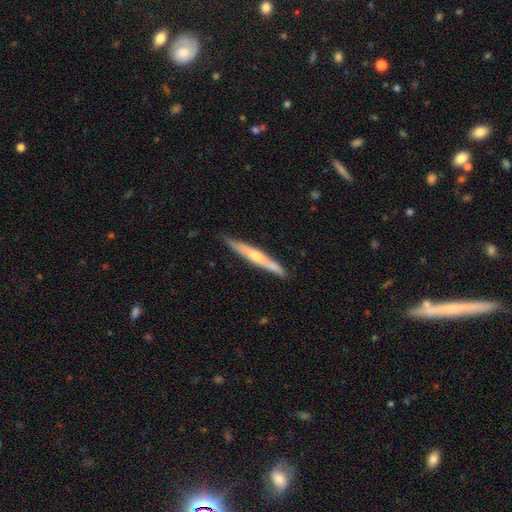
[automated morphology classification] Q: Smooth or featured?
A: featured or disk (54%); runner-up: smooth (41%)
Q: Edge-on disk?
A: yes (90%); runner-up: no (10%)
Q: Merging?
A: none (81%); runner-up: minor disturbance (15%)